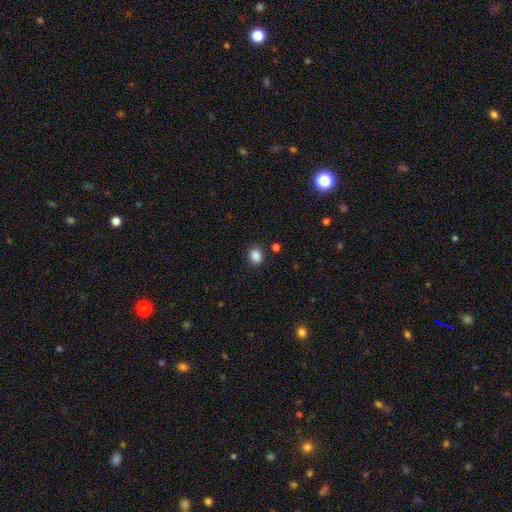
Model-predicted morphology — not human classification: A smooth galaxy with no disk features (86%) that is round (53%). Merging: none (86%).